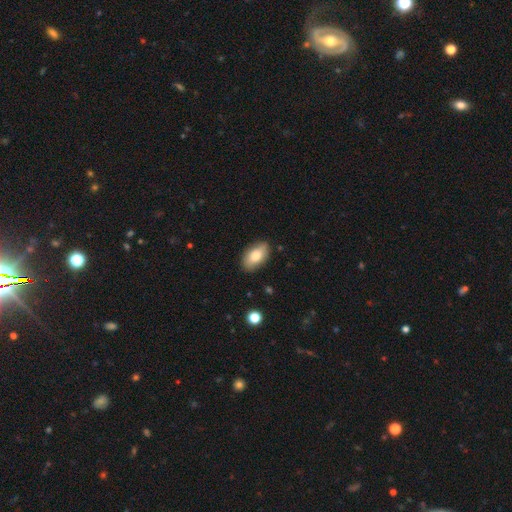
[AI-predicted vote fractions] The model was most divided on "smooth or featured": smooth: 80%, featured or disk: 13%, star or artifact: 7%. More confident: how rounded — in between (93%); merging — none (86%).